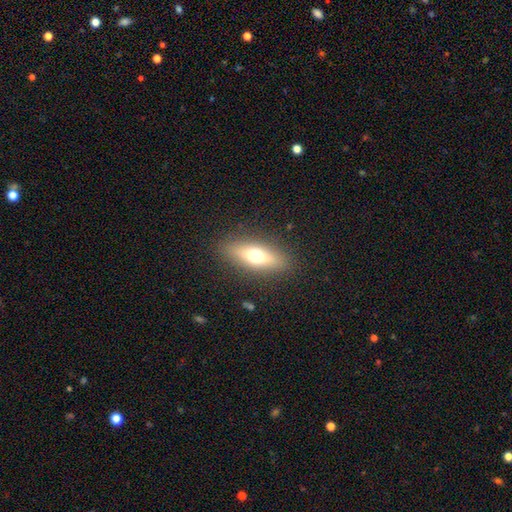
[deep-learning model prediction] This is possibly a smooth galaxy (57%). How rounded: possibly in between (56%). Merging: clearly none (87%).